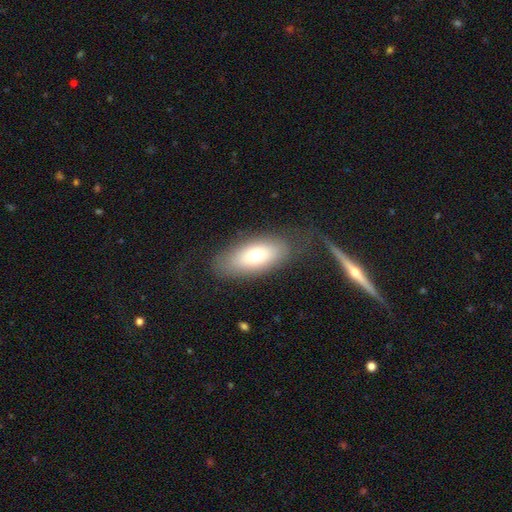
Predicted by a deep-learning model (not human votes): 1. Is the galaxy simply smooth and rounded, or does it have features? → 69% smooth, 23% featured or disk, 8% star or artifact.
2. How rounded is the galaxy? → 87% in between, 8% cigar-shaped, 5% round.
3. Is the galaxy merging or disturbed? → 74% none, 15% minor disturbance, 8% major disturbance, 3% merger.